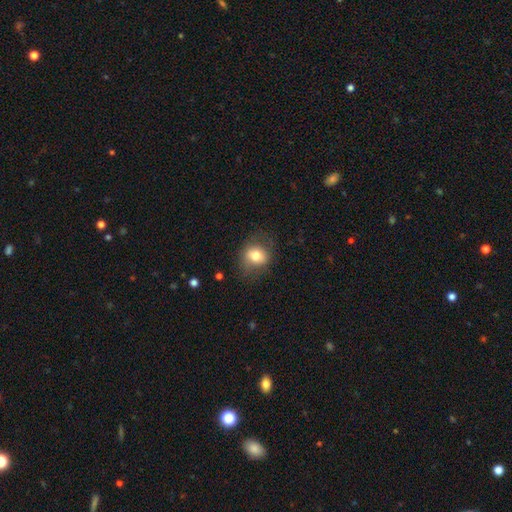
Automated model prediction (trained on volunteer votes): smooth 75%, featured or disk 17%, star or artifact 9%. Down the decision tree: how rounded — round (56%); merging — none (69%).